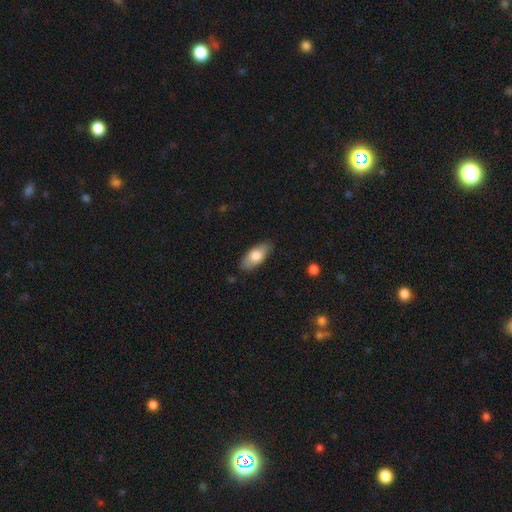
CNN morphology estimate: type=smooth (74%); roundness=in between (86%); merging=none (84%).